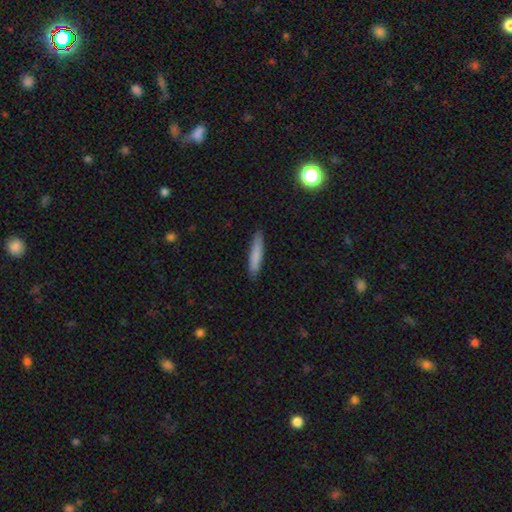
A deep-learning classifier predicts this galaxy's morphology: A smooth galaxy with no disk features (81%) that is cigar-shaped (90%).

Vote fractions:
- Smooth or featured? smooth: 81% / featured or disk: 13% / star or artifact: 7%
- How rounded? cigar-shaped: 90% / in between: 9% / round: 1%
- Merging? none: 88% / minor disturbance: 9% / major disturbance: 2% / merger: 1%